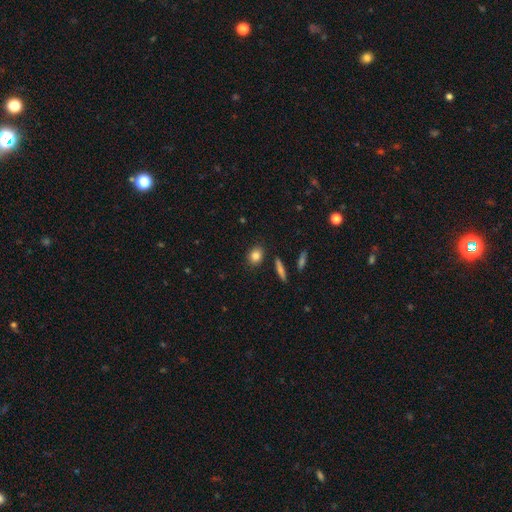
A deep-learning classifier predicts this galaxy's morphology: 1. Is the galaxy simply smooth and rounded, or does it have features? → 84% smooth, 9% star or artifact, 7% featured or disk.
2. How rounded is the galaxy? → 53% round, 43% in between, 3% cigar-shaped.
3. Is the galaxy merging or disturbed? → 87% none, 8% minor disturbance, 3% merger, 2% major disturbance.